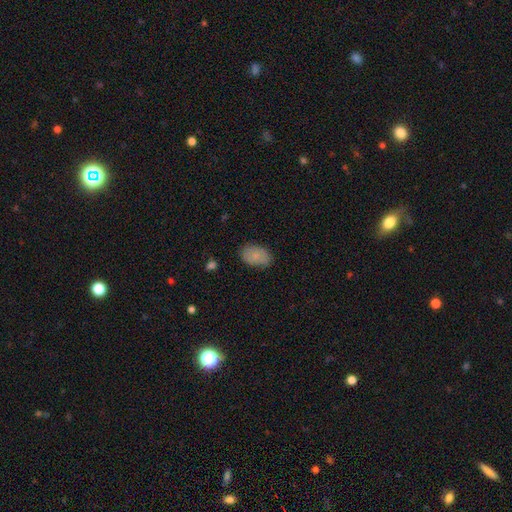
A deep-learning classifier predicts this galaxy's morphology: Smooth or featured? Predicted: smooth (p=0.81). How rounded? Predicted: in between (p=0.90). Merging? Predicted: none (p=0.79).